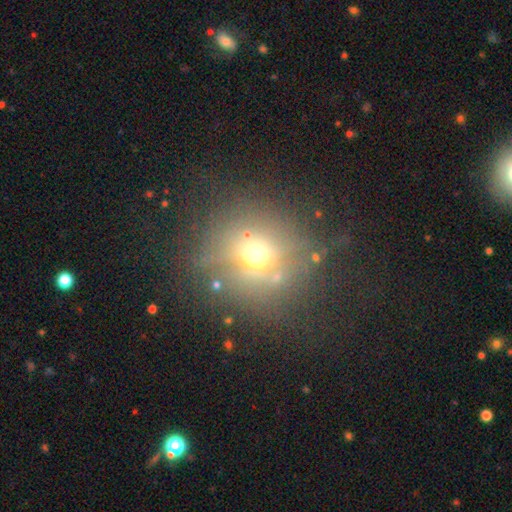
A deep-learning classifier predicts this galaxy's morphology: This is possibly a smooth galaxy (52%). How rounded: clearly round (87%). Merging: likely none (73%).